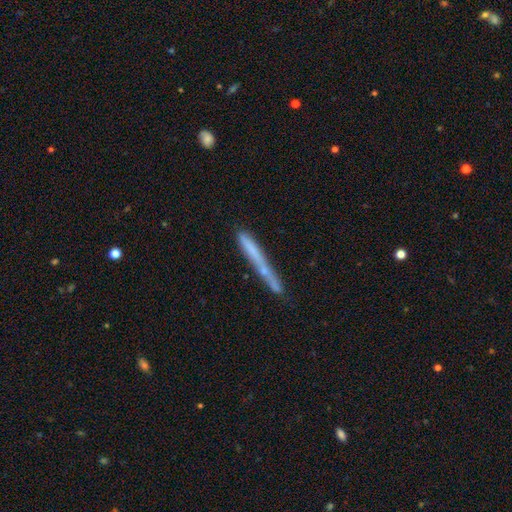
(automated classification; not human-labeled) Smooth or featured? Predicted: smooth (p=0.51). How rounded? Predicted: cigar-shaped (p=0.96). Merging? Predicted: none (p=0.71).